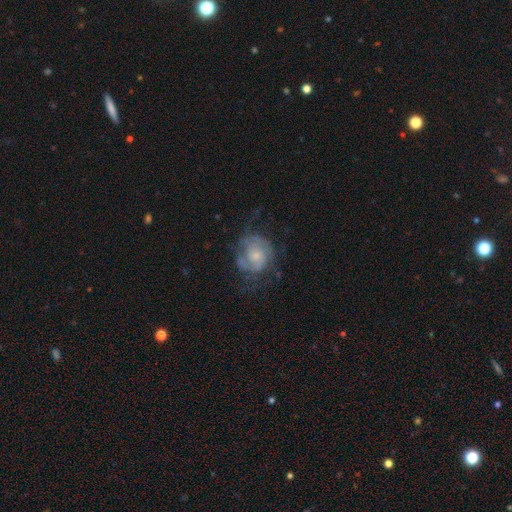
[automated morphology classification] type=featured or disk (66%); edge-on=no (98%); bar=no (75%); spiral arms=yes (80%); winding=tight (48%); arm count=2 (40%); bulge=small (49%); merging=none (54%).